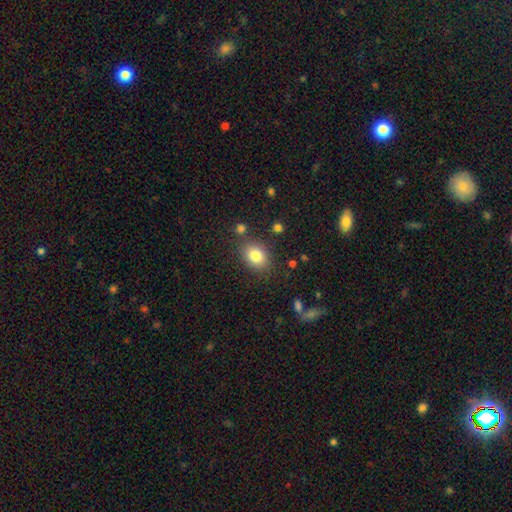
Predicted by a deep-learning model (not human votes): Q: Smooth or featured?
A: smooth (82%); runner-up: star or artifact (10%)
Q: How rounded?
A: in between (64%); runner-up: round (34%)
Q: Merging?
A: none (80%); runner-up: minor disturbance (12%)